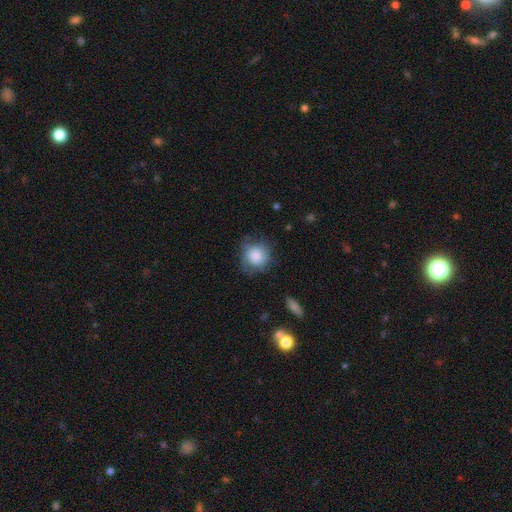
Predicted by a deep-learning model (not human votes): smooth-or-featured: smooth: 80% | featured or disk: 12% | star or artifact: 7%
  how-rounded: round: 87% | in between: 12% | cigar-shaped: 1%
  merging: none: 65% | minor disturbance: 24% | major disturbance: 9% | merger: 2%